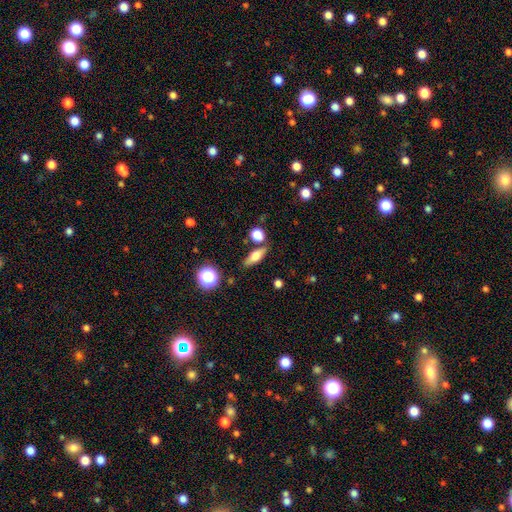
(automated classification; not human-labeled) Smooth or featured? Predicted: smooth (p=0.58). How rounded? Predicted: in between (p=0.53). Merging? Predicted: none (p=0.78).